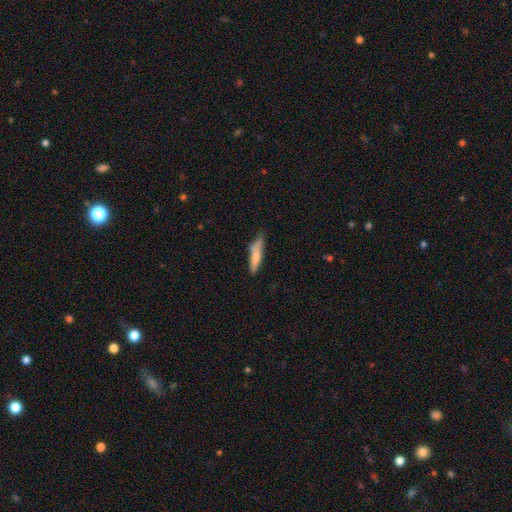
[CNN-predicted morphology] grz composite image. It shows a smooth galaxy with no disk features (71%) that is cigar-shaped (83%). Merging: none (60%).